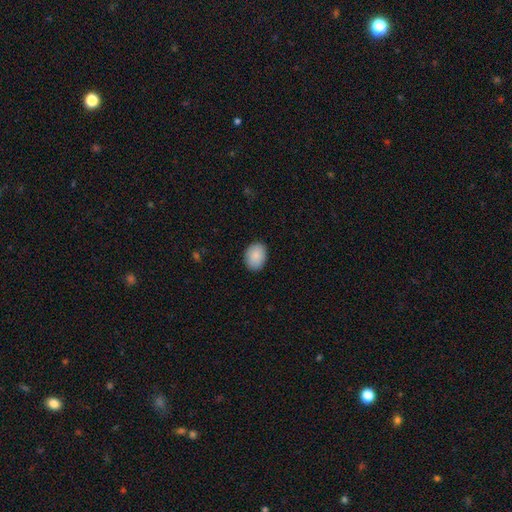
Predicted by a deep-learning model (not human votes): Overall: smooth (90%). How rounded: in between (71%). Merging: none (89%).